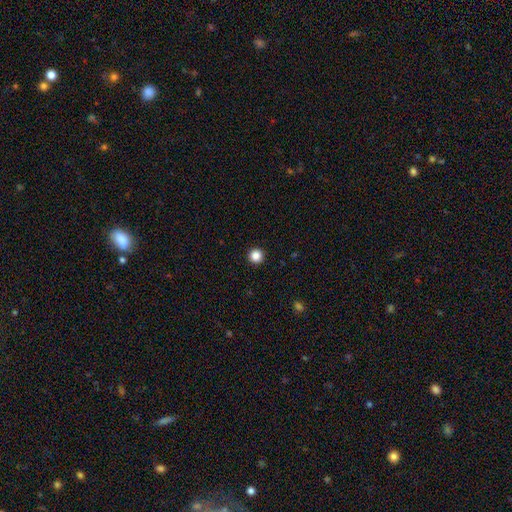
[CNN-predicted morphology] Smooth or featured? Predicted: smooth (p=0.86). How rounded? Predicted: round (p=0.96). Merging? Predicted: none (p=0.94).